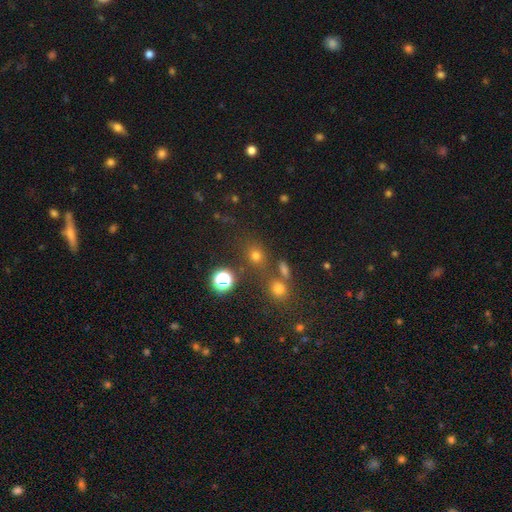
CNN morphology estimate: type=smooth (65%); roundness=round (75%); merging=none (70%).